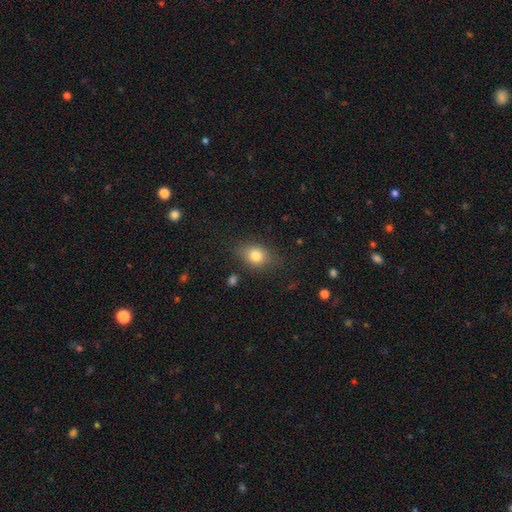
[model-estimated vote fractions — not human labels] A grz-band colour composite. It shows a smooth galaxy with no disk features (79%) that is in between round and cigar-shaped (64%). Merging: none (78%).